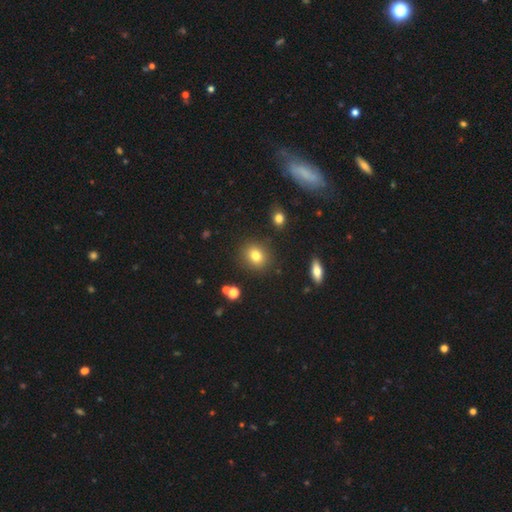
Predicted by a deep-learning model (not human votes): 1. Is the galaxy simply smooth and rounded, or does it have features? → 78% smooth, 13% star or artifact, 9% featured or disk.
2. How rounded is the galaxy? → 71% round, 28% in between, 1% cigar-shaped.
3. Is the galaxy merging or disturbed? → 86% none, 8% minor disturbance, 3% major disturbance, 3% merger.